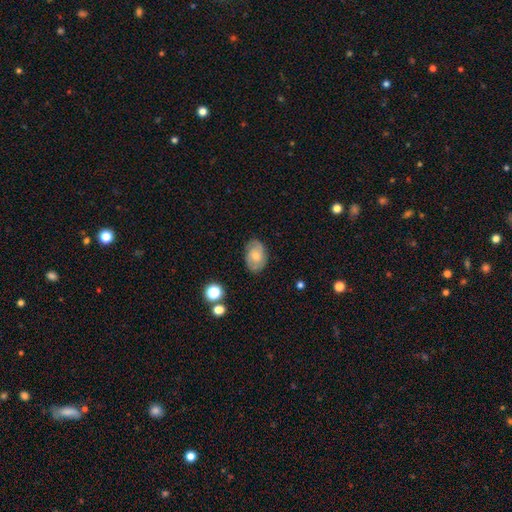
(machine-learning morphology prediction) Overall: featured or disk (47%; smooth 45%). Merging: none (79%).